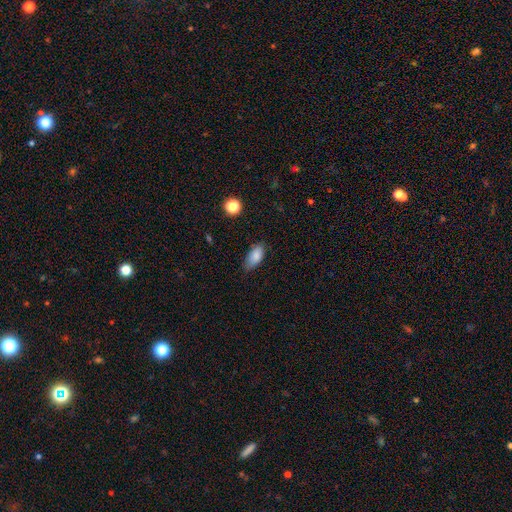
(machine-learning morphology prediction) Overall: smooth (85%). How rounded: in between (89%). Merging: none (73%).